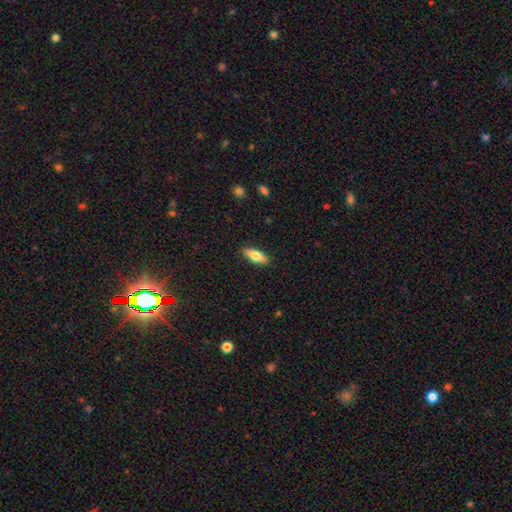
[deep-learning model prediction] Smooth or featured?
  - smooth: 69% *
  - featured or disk: 25%
  - star or artifact: 6%
How rounded?
  - in between: 65% *
  - cigar-shaped: 32%
  - round: 2%
Merging?
  - none: 90% *
  - minor disturbance: 8%
  - major disturbance: 2%
  - merger: 1%